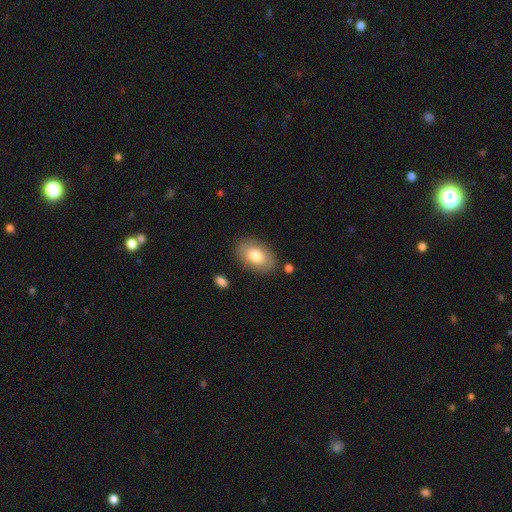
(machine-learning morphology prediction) A smooth galaxy with no disk features (76%) that is in between round and cigar-shaped (91%).

Vote fractions:
- Smooth or featured? smooth: 76% / featured or disk: 18% / star or artifact: 6%
- How rounded? in between: 91% / round: 7% / cigar-shaped: 1%
- Merging? none: 82% / minor disturbance: 12% / major disturbance: 3% / merger: 3%